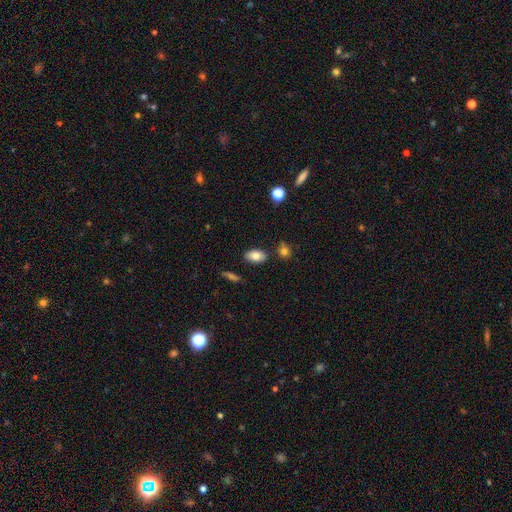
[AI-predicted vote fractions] This appears to be a smooth galaxy with no disk features (79%) that is in between round and cigar-shaped (91%). Merging: none (83%).